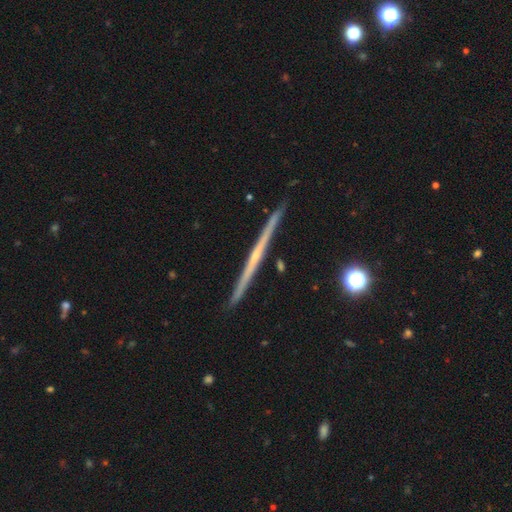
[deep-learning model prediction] Q: Smooth or featured?
A: featured or disk (77%); runner-up: smooth (16%)
Q: Edge-on disk?
A: yes (98%); runner-up: no (2%)
Q: Edge-on bulge?
A: none (59%); runner-up: rounded (35%)
Q: Merging?
A: none (92%); runner-up: minor disturbance (5%)